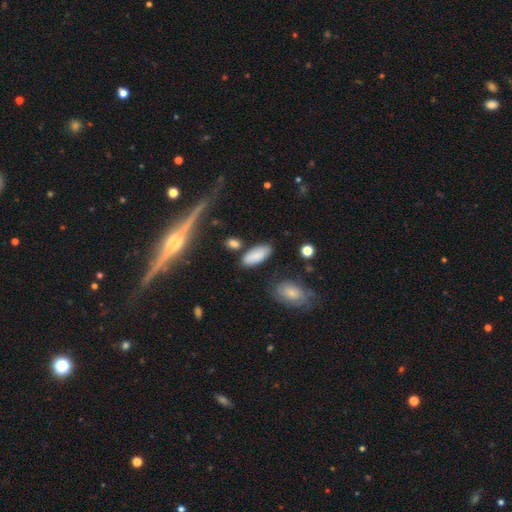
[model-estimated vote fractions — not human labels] Smooth or featured: smooth — 82% (featured or disk — 11%)
How rounded: in between — 88% (cigar-shaped — 10%)
Merging: none — 76% (minor disturbance — 14%)